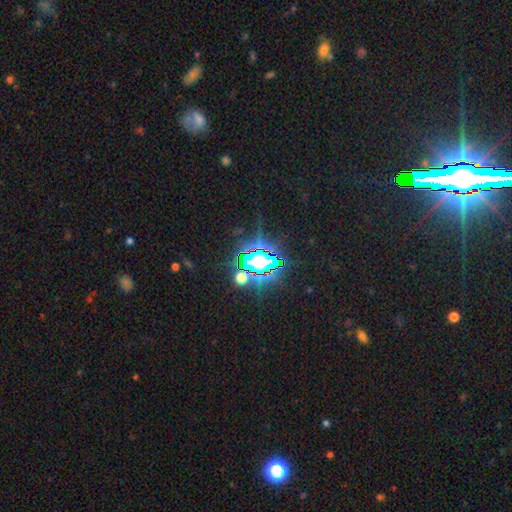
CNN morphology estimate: Q: Smooth or featured?
A: star or artifact (84%); runner-up: smooth (9%)